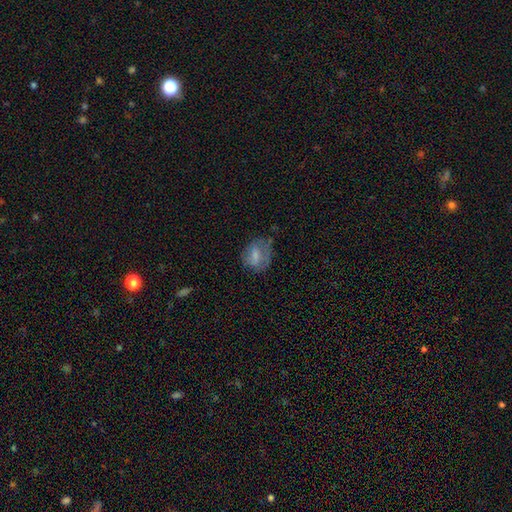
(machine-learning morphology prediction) smooth_or_featured: smooth (p=0.60) [alt: featured or disk p=0.30]
how_rounded: in between (p=0.54) [alt: round p=0.44]
merging: none (p=0.46) [alt: minor disturbance p=0.30]